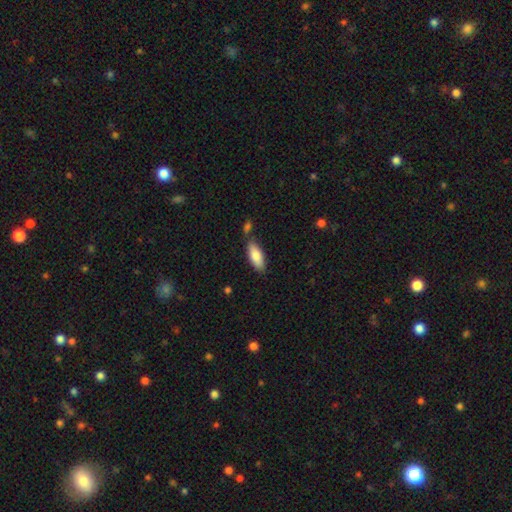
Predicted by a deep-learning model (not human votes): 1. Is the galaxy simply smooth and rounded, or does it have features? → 81% smooth, 13% featured or disk, 6% star or artifact.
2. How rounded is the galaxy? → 75% in between, 23% cigar-shaped, 2% round.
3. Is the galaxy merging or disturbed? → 73% none, 14% minor disturbance, 10% merger, 3% major disturbance.